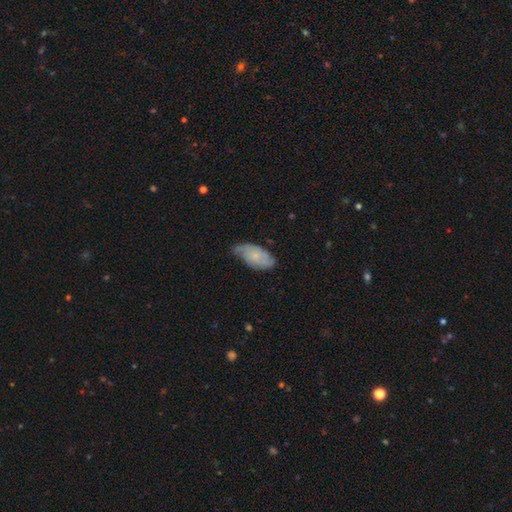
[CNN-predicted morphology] Q: Smooth or featured?
A: smooth (52%); runner-up: featured or disk (42%)
Q: How rounded?
A: in between (91%); runner-up: cigar-shaped (6%)
Q: Merging?
A: none (56%); runner-up: minor disturbance (35%)